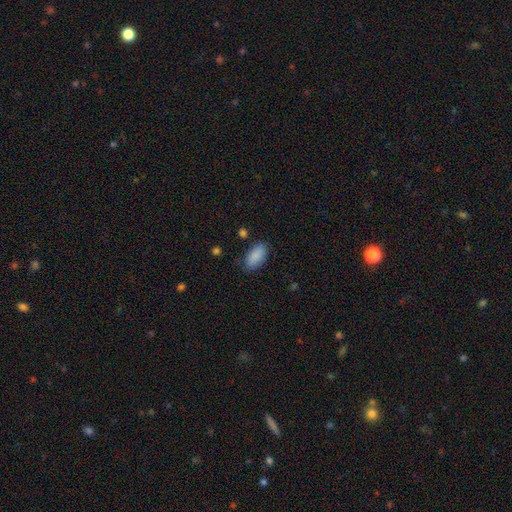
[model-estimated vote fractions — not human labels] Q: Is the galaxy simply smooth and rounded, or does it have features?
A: smooth — 89%.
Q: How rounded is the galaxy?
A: in between — 93%.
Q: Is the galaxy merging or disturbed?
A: none — 83%.